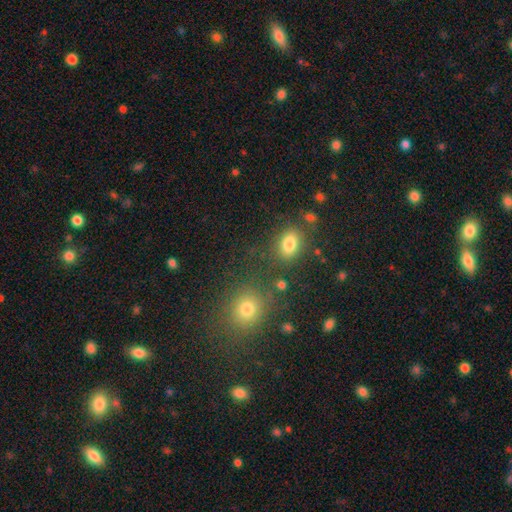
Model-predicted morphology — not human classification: Smooth or featured: smooth — 60% (star or artifact — 32%)
How rounded: round — 73% (in between — 26%)
Merging: none — 75% (merger — 13%)